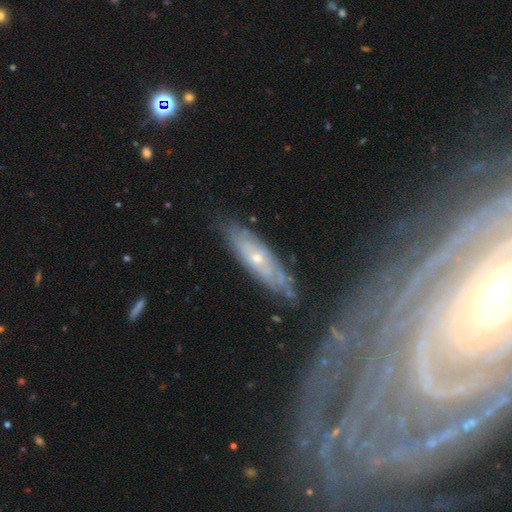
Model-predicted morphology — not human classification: Smooth or featured: featured or disk — 65% (smooth — 25%)
Edge-on disk: no — 70% (yes — 30%)
Merging: none — 78% (minor disturbance — 15%)